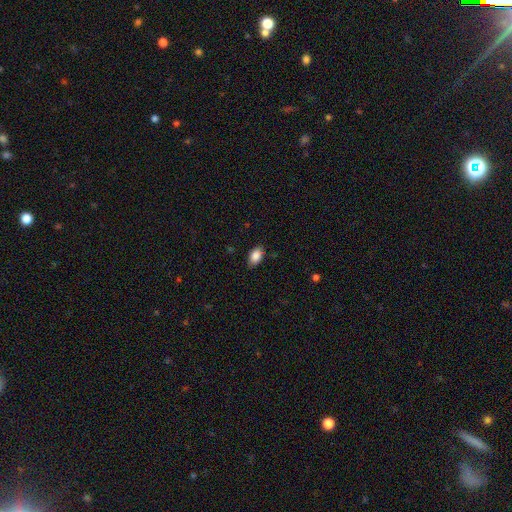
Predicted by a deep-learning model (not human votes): smooth 87%, star or artifact 7%, featured or disk 6%. Down the decision tree: how rounded — in between (90%); merging — none (83%).